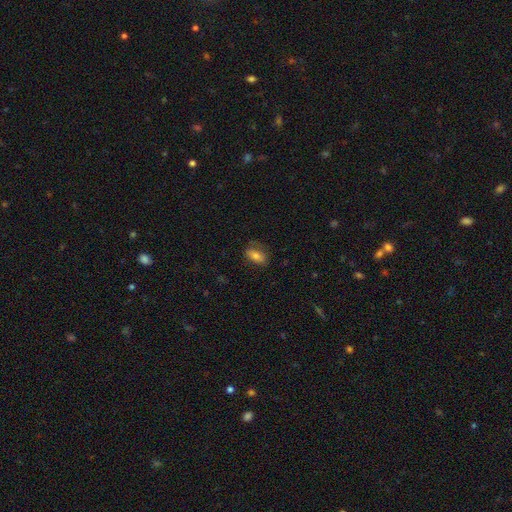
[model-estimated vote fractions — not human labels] The model was most divided on "smooth or featured": smooth: 68%, featured or disk: 23%, star or artifact: 8%. More confident: how rounded — in between (84%); merging — none (70%).